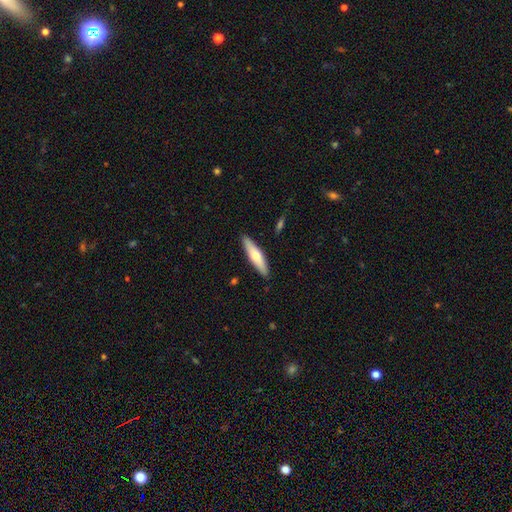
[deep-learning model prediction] smooth 56%, featured or disk 39%, star or artifact 5%. Down the decision tree: how rounded — cigar-shaped (73%); merging — none (89%).